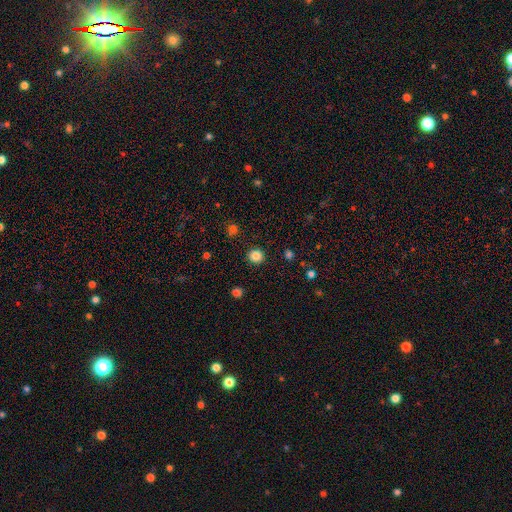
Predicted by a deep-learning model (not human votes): A smooth galaxy with no disk features (84%) that is round (93%). Merging: none (92%).